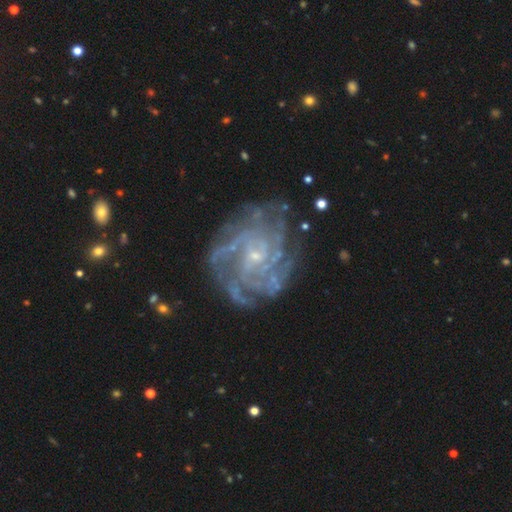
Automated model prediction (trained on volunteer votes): This is clearly a featured or disk galaxy (89%). It is clearly not viewed edge-on (98%). Bar: likely no (61%). Spiral arm pattern: clearly yes (97%). Spiral arm count: marginally 4 (26%). Spiral winding: likely tight (62%). Central bulge: clearly small (81%). Merging: likely none (74%).